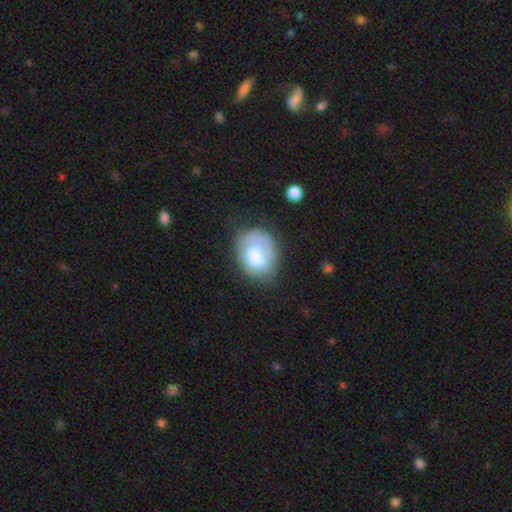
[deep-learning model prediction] This is likely a smooth galaxy (67%). How rounded: possibly in between (58%). Merging: possibly none (53%).